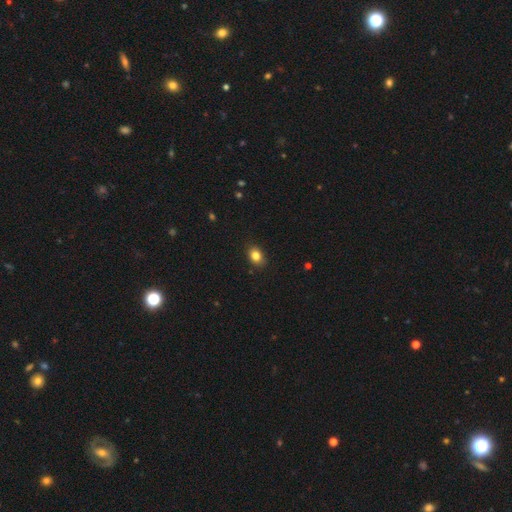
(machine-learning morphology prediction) Smooth or featured: smooth — 83% (star or artifact — 10%)
How rounded: in between — 65% (round — 34%)
Merging: none — 87% (minor disturbance — 10%)